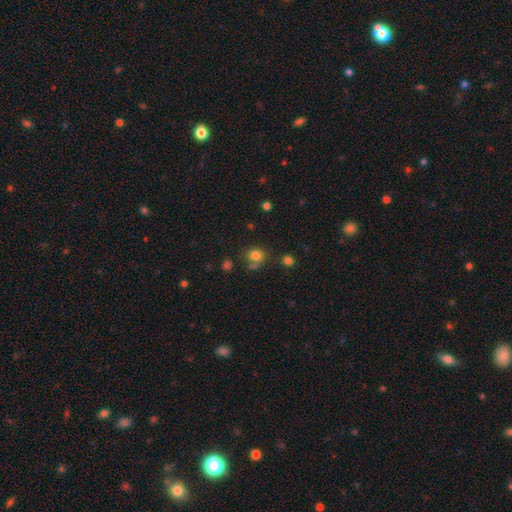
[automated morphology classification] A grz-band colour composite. It shows a smooth galaxy with no disk features (79%) that is round (79%). Merging: none (68%).